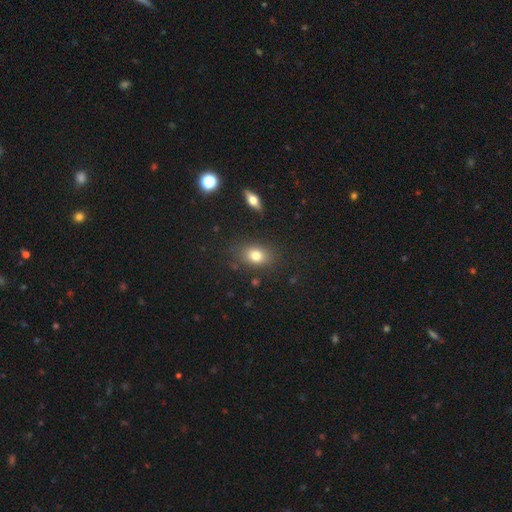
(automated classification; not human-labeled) Q: Smooth or featured?
A: smooth (79%); runner-up: star or artifact (11%)
Q: How rounded?
A: in between (69%); runner-up: round (29%)
Q: Merging?
A: none (83%); runner-up: minor disturbance (11%)